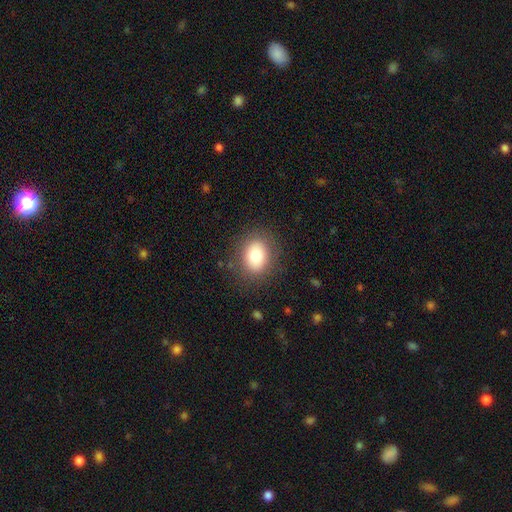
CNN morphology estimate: Smooth or featured?
  - smooth: 79% *
  - featured or disk: 12%
  - star or artifact: 9%
How rounded?
  - in between: 55% *
  - round: 44%
  - cigar-shaped: 1%
Merging?
  - none: 83% *
  - minor disturbance: 11%
  - major disturbance: 5%
  - merger: 1%